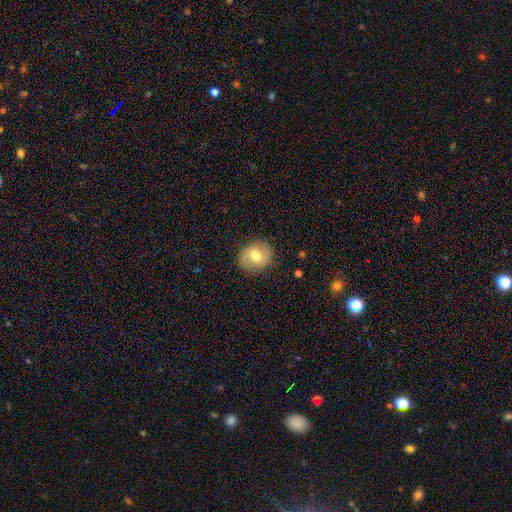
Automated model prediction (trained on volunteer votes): smooth-or-featured: smooth: 63% | featured or disk: 29% | star or artifact: 8%
  how-rounded: round: 69% | in between: 30% | cigar-shaped: 1%
  merging: none: 85% | minor disturbance: 11% | major disturbance: 3% | merger: 1%